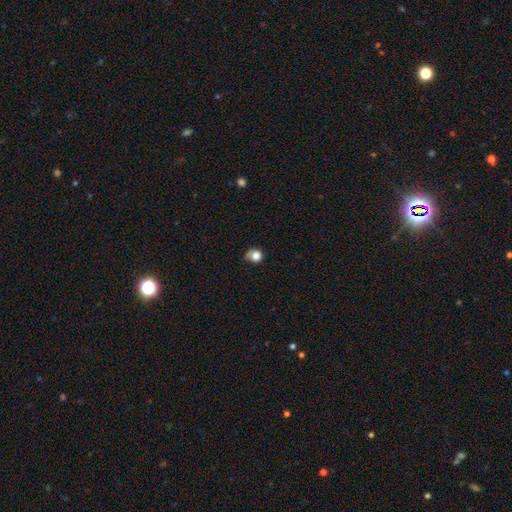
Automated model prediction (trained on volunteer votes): Smooth or featured: smooth — 81% (star or artifact — 10%)
How rounded: round — 83% (in between — 16%)
Merging: none — 52% (minor disturbance — 31%)